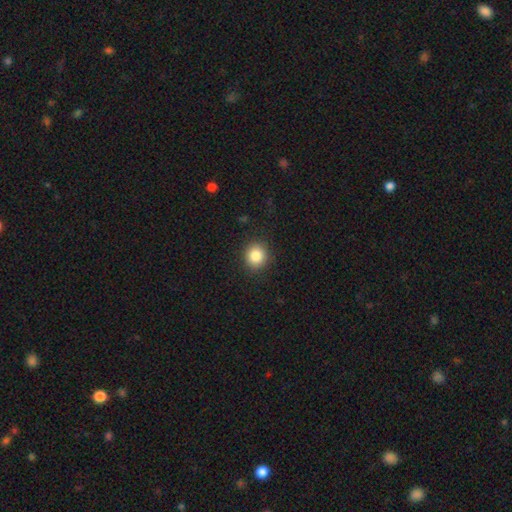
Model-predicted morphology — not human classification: Smooth or featured? smooth (85%)
How rounded? round (86%)
Merging? none (89%)